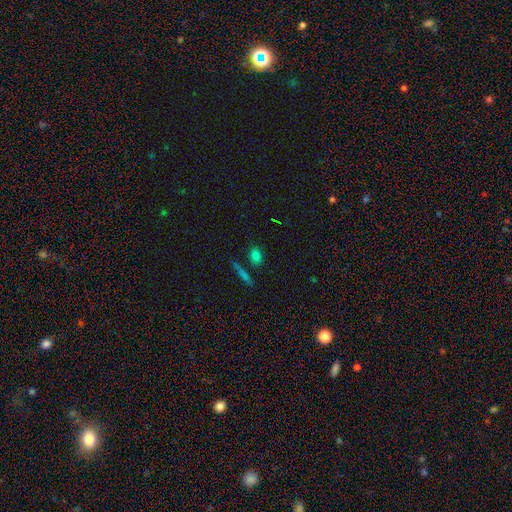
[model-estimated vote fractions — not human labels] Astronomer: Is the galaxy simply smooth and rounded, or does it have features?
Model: smooth — 75%.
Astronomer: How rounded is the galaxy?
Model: in between — 65%.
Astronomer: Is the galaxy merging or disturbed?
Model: none — 78%.